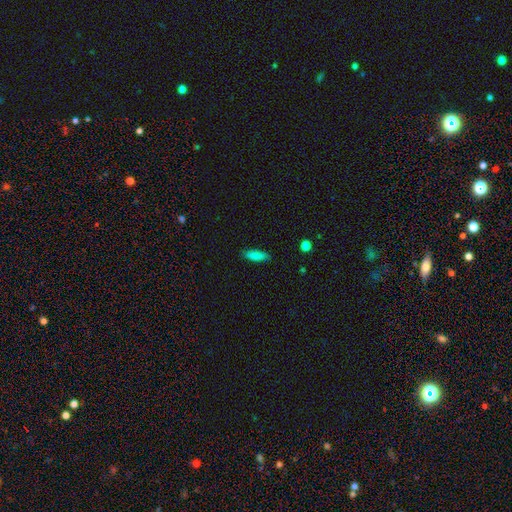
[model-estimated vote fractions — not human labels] The model was most divided on "how rounded": in between: 51%, cigar-shaped: 47%, round: 2%. More confident: merging — none (86%); smooth or featured — smooth (85%).